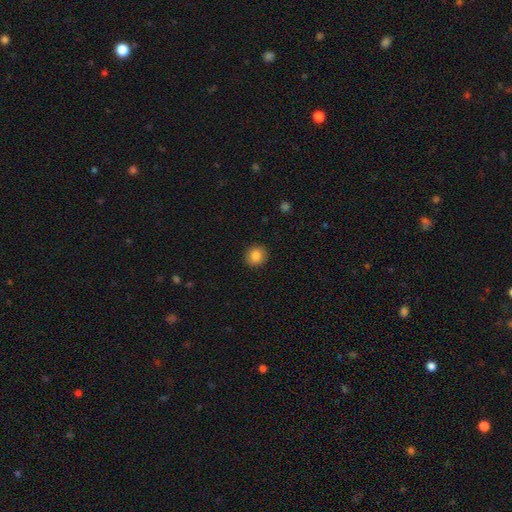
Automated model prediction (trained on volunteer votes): Smooth or featured?
  - smooth: 85% *
  - star or artifact: 9%
  - featured or disk: 6%
How rounded?
  - round: 85% *
  - in between: 14%
  - cigar-shaped: 1%
Merging?
  - none: 91% *
  - minor disturbance: 6%
  - major disturbance: 2%
  - merger: 1%